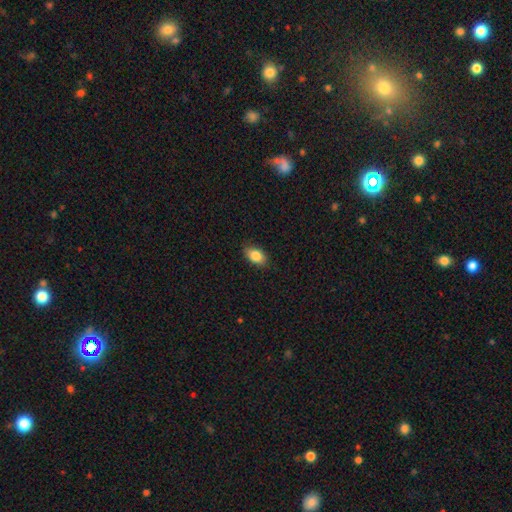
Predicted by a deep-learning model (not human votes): This is clearly a smooth galaxy (86%). How rounded: clearly in between (89%). Merging: clearly none (86%).